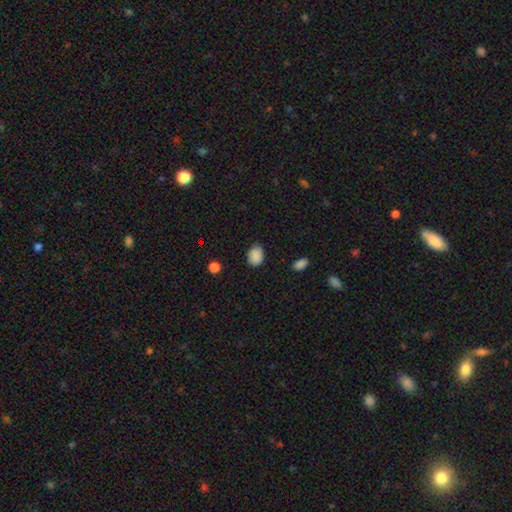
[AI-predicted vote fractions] Smooth or featured?
  - smooth: 88% *
  - star or artifact: 9%
  - featured or disk: 3%
How rounded?
  - in between: 64% *
  - round: 36%
  - cigar-shaped: 1%
Merging?
  - none: 80% *
  - minor disturbance: 15%
  - major disturbance: 3%
  - merger: 1%